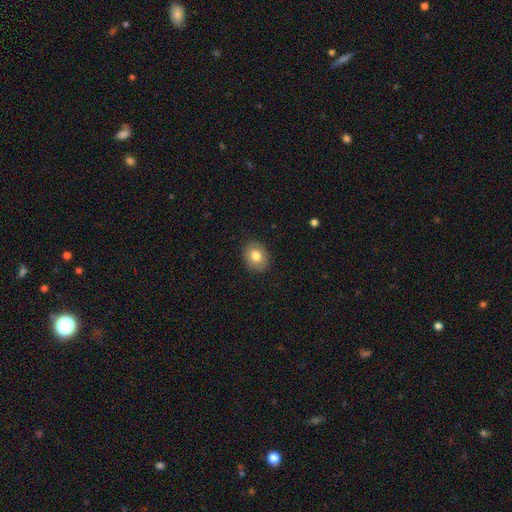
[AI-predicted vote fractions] Smooth or featured? Predicted: smooth (p=0.79). How rounded? Predicted: round (p=0.56). Merging? Predicted: none (p=0.89).